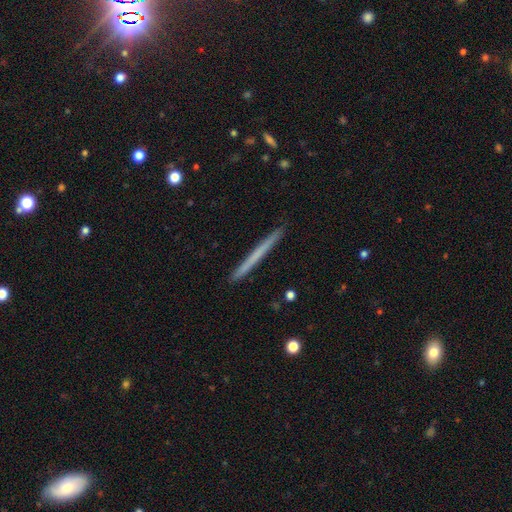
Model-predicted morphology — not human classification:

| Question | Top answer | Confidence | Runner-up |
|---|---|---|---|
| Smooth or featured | smooth | 55% | featured or disk (39%) |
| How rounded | cigar-shaped | 97% | in between (1%) |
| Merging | none | 92% | minor disturbance (5%) |